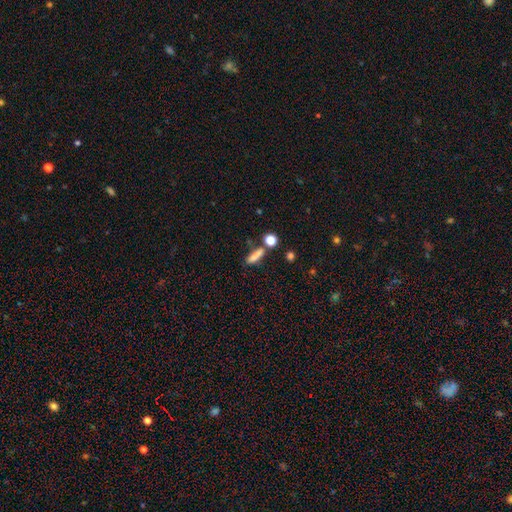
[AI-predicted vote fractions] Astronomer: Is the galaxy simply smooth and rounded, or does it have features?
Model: smooth — 78%.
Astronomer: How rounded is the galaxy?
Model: cigar-shaped — 64%.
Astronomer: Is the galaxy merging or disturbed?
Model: none — 66%.